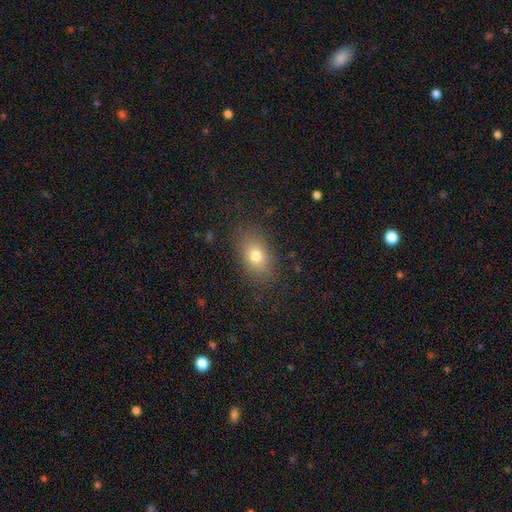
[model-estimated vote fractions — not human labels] Q: Smooth or featured?
A: smooth (76%); runner-up: featured or disk (12%)
Q: How rounded?
A: in between (81%); runner-up: round (17%)
Q: Merging?
A: none (84%); runner-up: minor disturbance (11%)